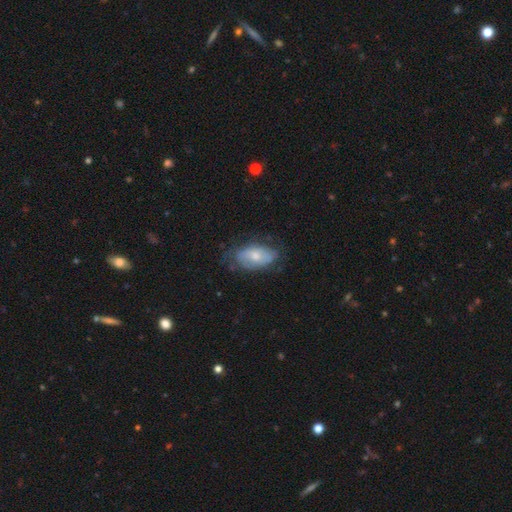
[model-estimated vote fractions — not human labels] Smooth or featured? smooth (50%)
Merging? none (58%)